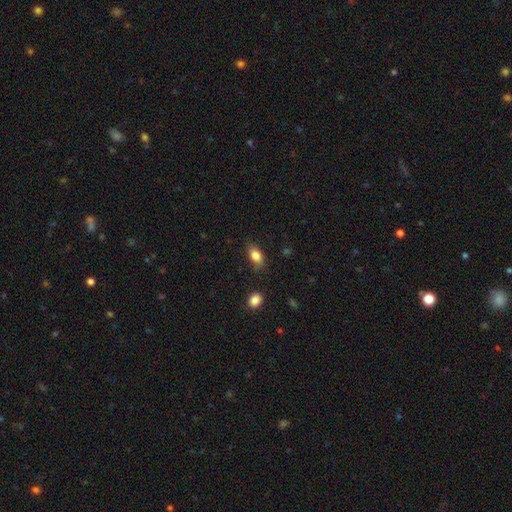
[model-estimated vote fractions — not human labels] smooth_or_featured: smooth (p=0.84) [alt: star or artifact p=0.09]
how_rounded: in between (p=0.87) [alt: round p=0.09]
merging: none (p=0.77) [alt: minor disturbance p=0.18]